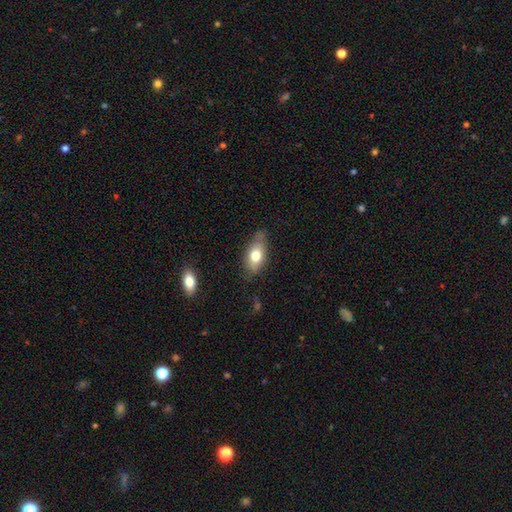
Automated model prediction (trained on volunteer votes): smooth 72%, featured or disk 21%, star or artifact 8%. Down the decision tree: how rounded — in between (84%); merging — none (69%).